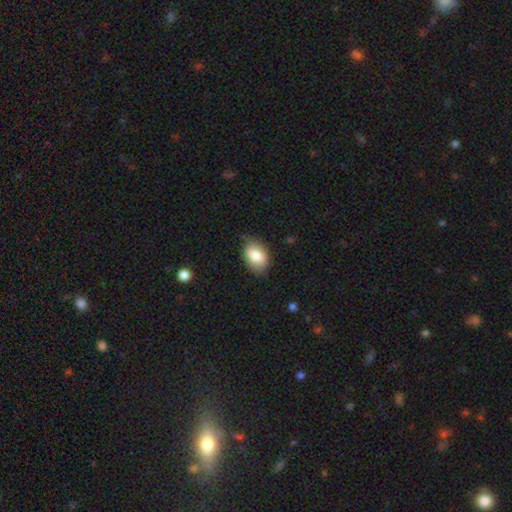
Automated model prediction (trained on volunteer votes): A smooth galaxy with no disk features (82%) that is in between round and cigar-shaped (85%). Merging: none (74%).